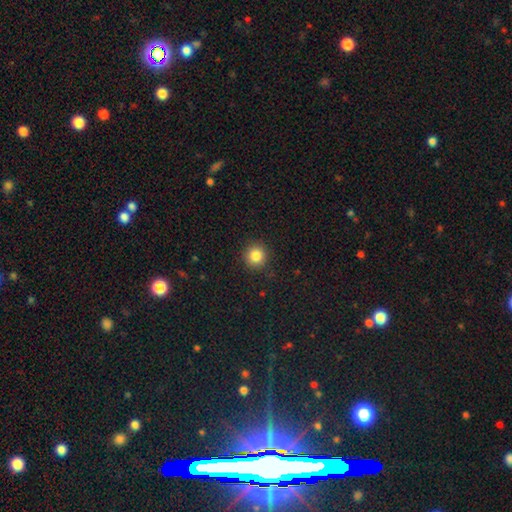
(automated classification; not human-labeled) Smooth or featured?
  - smooth: 84% *
  - star or artifact: 11%
  - featured or disk: 5%
How rounded?
  - round: 93% *
  - in between: 6%
  - cigar-shaped: 1%
Merging?
  - none: 91% *
  - minor disturbance: 6%
  - major disturbance: 2%
  - merger: 1%